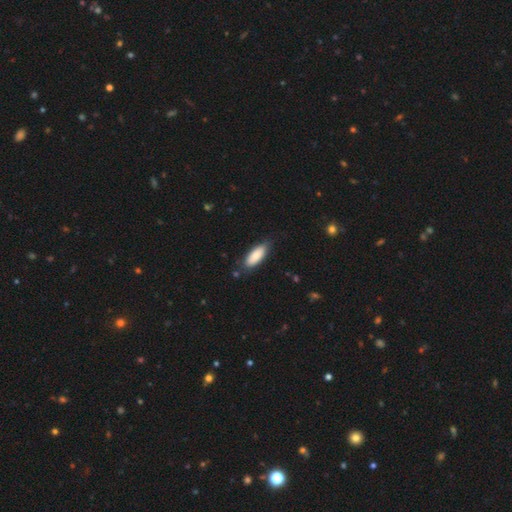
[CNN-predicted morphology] This is clearly a smooth galaxy (85%). How rounded: likely in between (76%). Merging: likely none (79%).